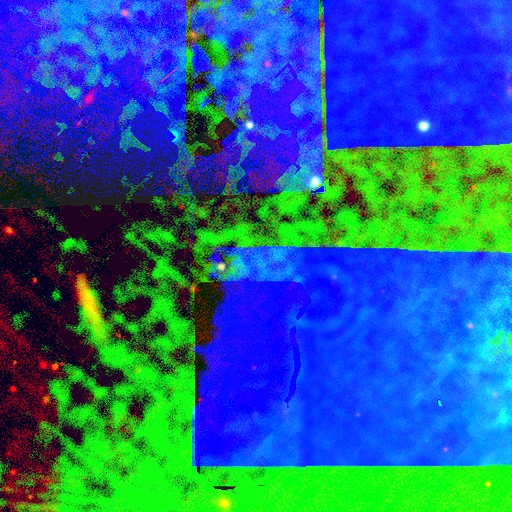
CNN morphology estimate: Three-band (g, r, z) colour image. It shows a star or artifact, not a galaxy (83%).